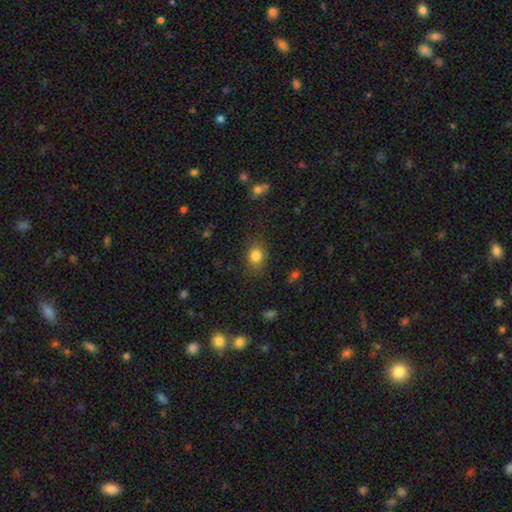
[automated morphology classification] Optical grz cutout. It shows a smooth galaxy with no disk features (82%) that is round (52%). Merging: none (81%).